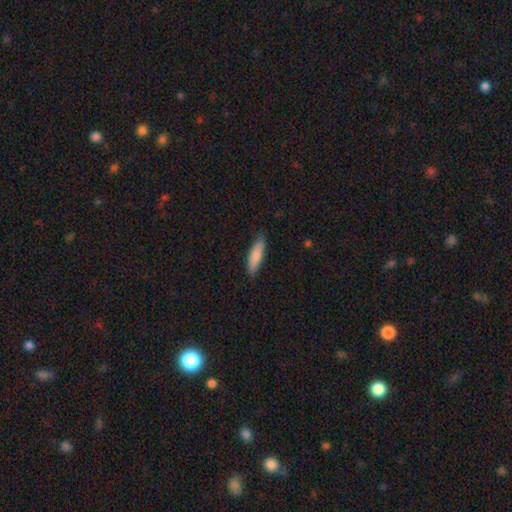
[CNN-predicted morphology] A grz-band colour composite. It shows a smooth galaxy with no disk features (83%) that is cigar-shaped (67%). Merging: none (83%).